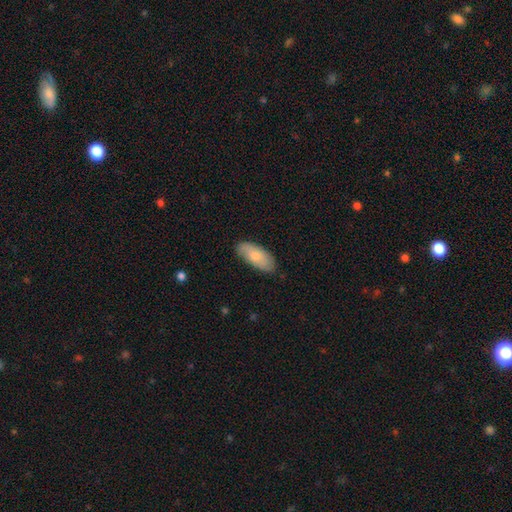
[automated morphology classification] This appears to be a smooth galaxy with no disk features (74%) that is in between round and cigar-shaped (88%). Merging: none (79%).